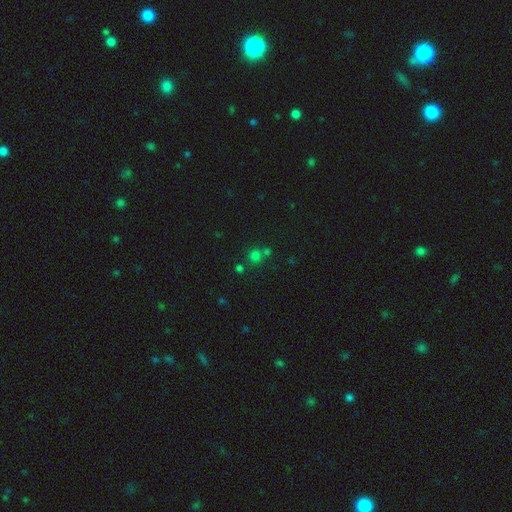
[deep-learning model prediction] Overall: smooth (65%; star or artifact 28%). How rounded: round (90%). Merging: none (65%).